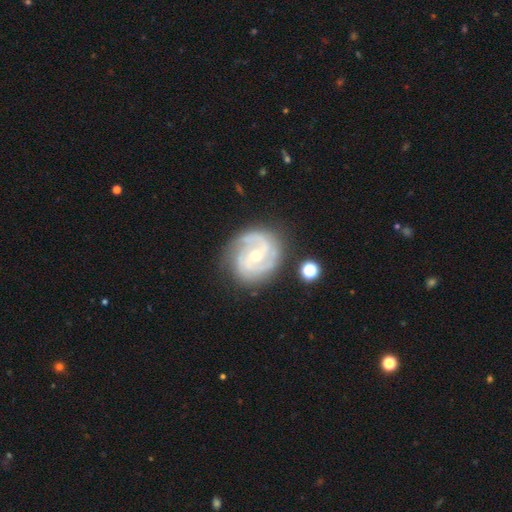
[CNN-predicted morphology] Smooth or featured: featured or disk — 89% (smooth — 6%)
Edge-on disk: no — 98% (yes — 2%)
Bar: no — 55% (weak — 35%)
Spiral arms: yes — 97% (no — 3%)
Spiral winding: tight — 52% (medium — 40%)
Spiral arm count: 2 — 46% (3 — 31%)
Bulge size: small — 57% (moderate — 40%)
Merging: none — 77% (minor disturbance — 15%)